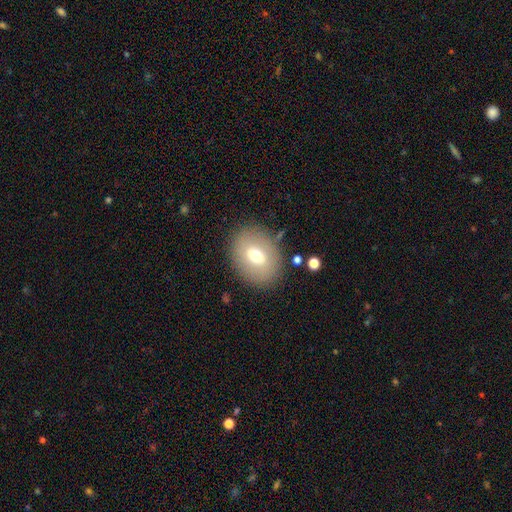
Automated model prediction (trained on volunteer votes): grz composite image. It shows a smooth galaxy with no disk features (65%) that is in between round and cigar-shaped (56%). Merging: none (83%).